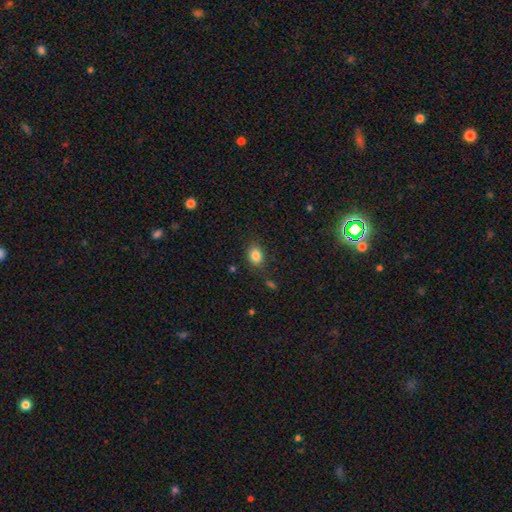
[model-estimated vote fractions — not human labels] Smooth or featured: smooth — 84% (star or artifact — 10%)
How rounded: in between — 59% (round — 40%)
Merging: none — 81% (minor disturbance — 13%)